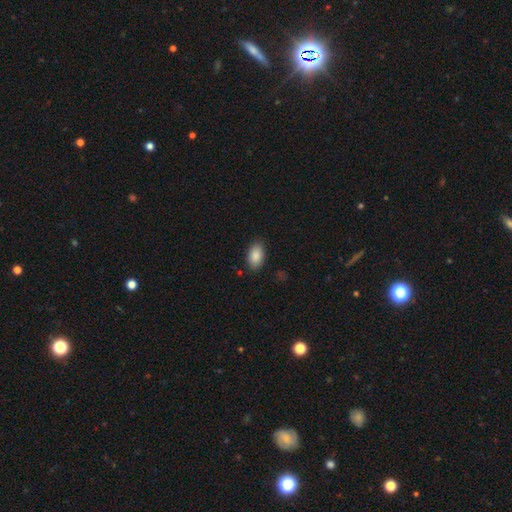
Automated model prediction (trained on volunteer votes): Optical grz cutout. It shows a smooth galaxy with no disk features (88%) that is in between round and cigar-shaped (93%). Merging: none (85%).